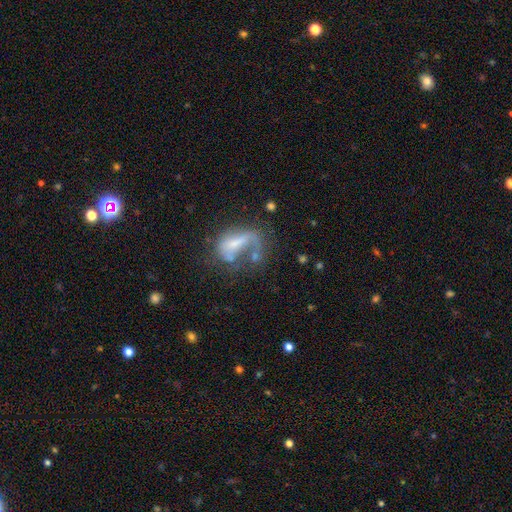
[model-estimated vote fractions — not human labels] Smooth or featured? Predicted: featured or disk (p=0.51). Edge-on disk? Predicted: no (p=0.92). Merging? Predicted: major disturbance (p=0.40).